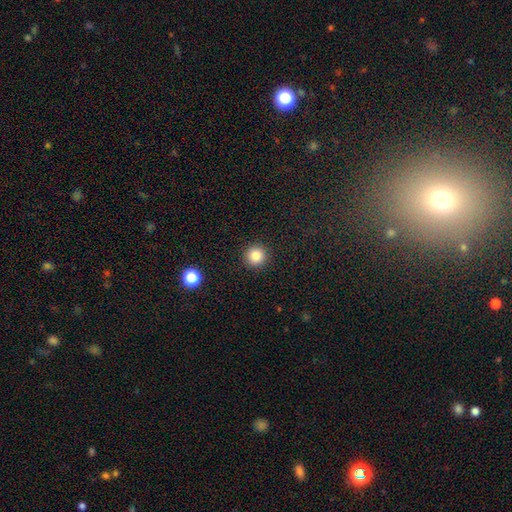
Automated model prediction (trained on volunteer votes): Smooth or featured? Predicted: smooth (p=0.85). How rounded? Predicted: round (p=0.95). Merging? Predicted: none (p=0.92).